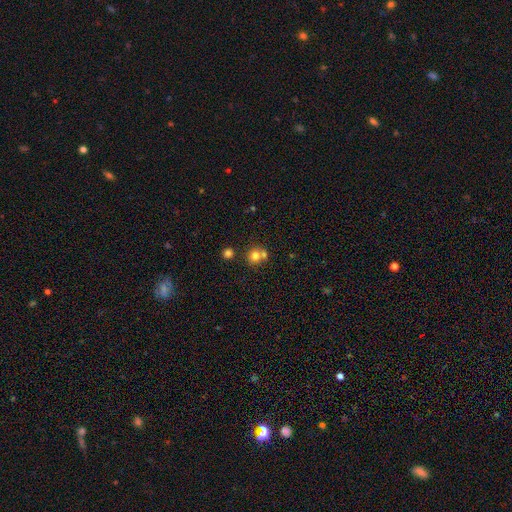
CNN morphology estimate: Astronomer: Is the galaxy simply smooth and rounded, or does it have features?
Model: smooth — 75%.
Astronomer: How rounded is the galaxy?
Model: round — 86%.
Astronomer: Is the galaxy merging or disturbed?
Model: none — 52% (runner-up: merger, 38%).